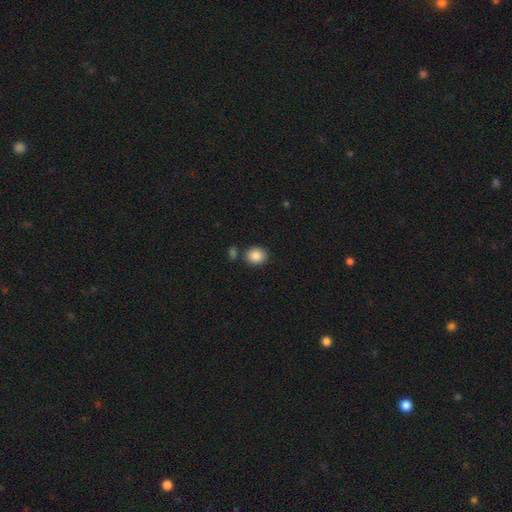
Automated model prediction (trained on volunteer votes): The model was most divided on "how rounded": round: 63%, in between: 36%, cigar-shaped: 1%. More confident: smooth or featured — smooth (86%); merging — none (78%).